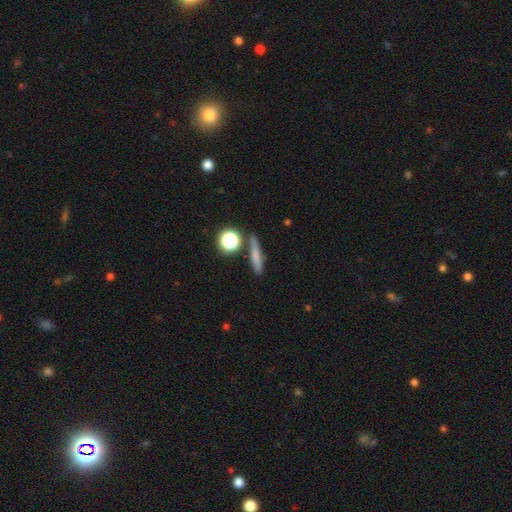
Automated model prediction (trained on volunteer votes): Morphology: type=smooth (69%); roundness=cigar-shaped (72%); merging=none (79%).